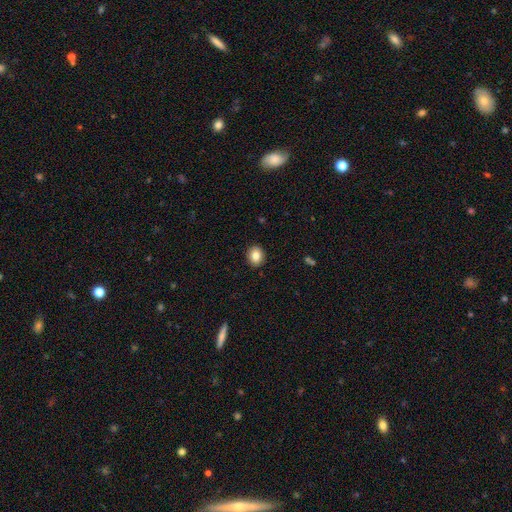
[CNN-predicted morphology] This appears to be a smooth galaxy with no disk features (84%) that is round (69%). Merging: none (91%).